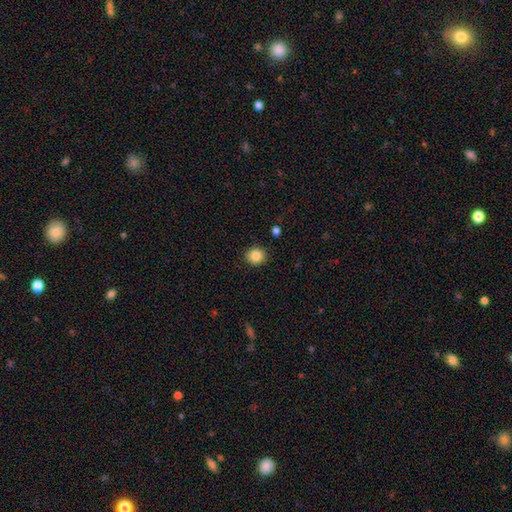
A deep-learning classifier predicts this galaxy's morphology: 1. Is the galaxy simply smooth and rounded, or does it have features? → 87% smooth, 9% star or artifact, 4% featured or disk.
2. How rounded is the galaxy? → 85% round, 14% in between, 1% cigar-shaped.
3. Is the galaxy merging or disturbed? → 89% none, 7% minor disturbance, 2% major disturbance, 1% merger.